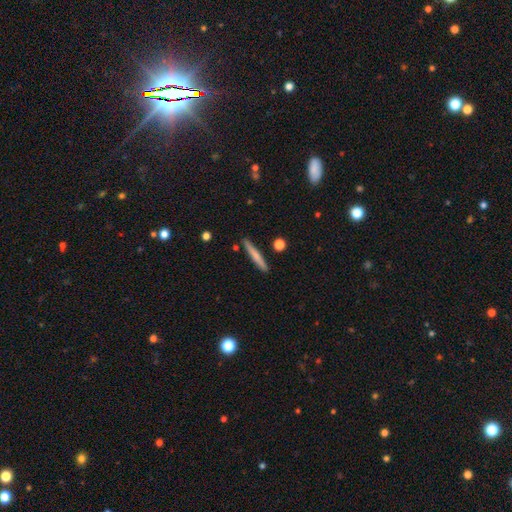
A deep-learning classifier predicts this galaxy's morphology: Smooth or featured? smooth (66%)
How rounded? cigar-shaped (95%)
Merging? none (88%)